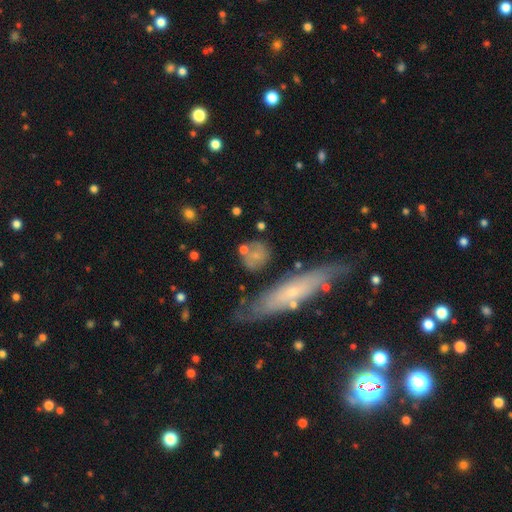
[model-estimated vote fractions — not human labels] This is likely a smooth galaxy (63%). How rounded: likely round (75%). Merging: likely none (66%).